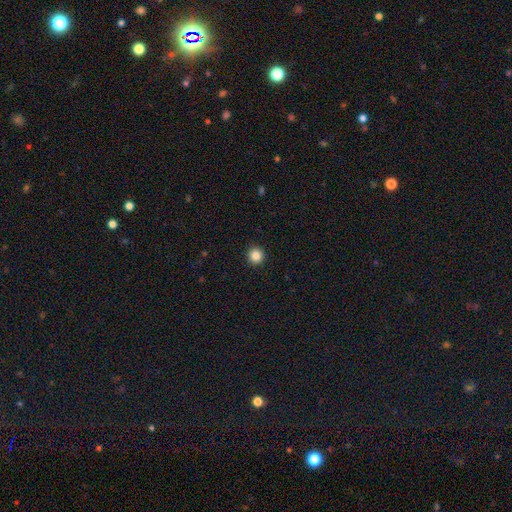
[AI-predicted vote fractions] This appears to be a smooth galaxy with no disk features (86%) that is round (96%). Merging: none (93%).